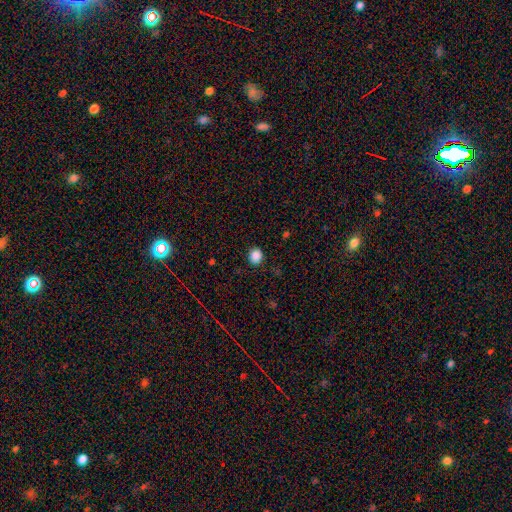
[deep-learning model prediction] Smooth or featured?
  - smooth: 87% *
  - star or artifact: 10%
  - featured or disk: 3%
How rounded?
  - round: 75% *
  - in between: 24%
  - cigar-shaped: 1%
Merging?
  - none: 89% *
  - minor disturbance: 7%
  - major disturbance: 2%
  - merger: 1%